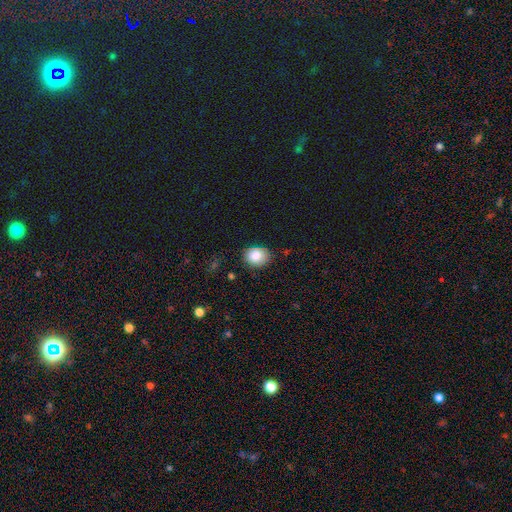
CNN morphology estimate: smooth_or_featured: smooth (p=0.85) [alt: star or artifact p=0.09]
how_rounded: round (p=0.58) [alt: in between p=0.41]
merging: none (p=0.81) [alt: minor disturbance p=0.15]